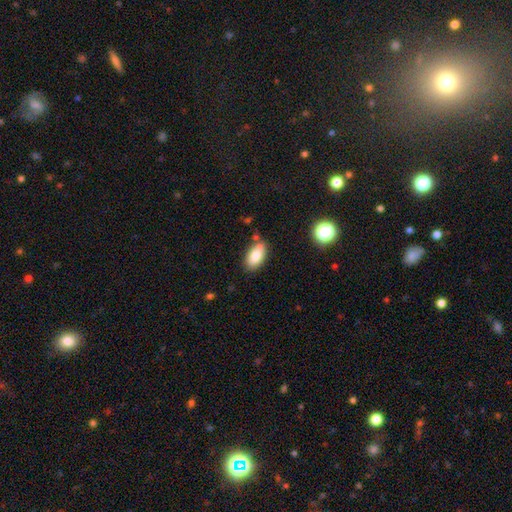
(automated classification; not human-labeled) Overall: smooth (81%). How rounded: in between (92%). Merging: none (71%).